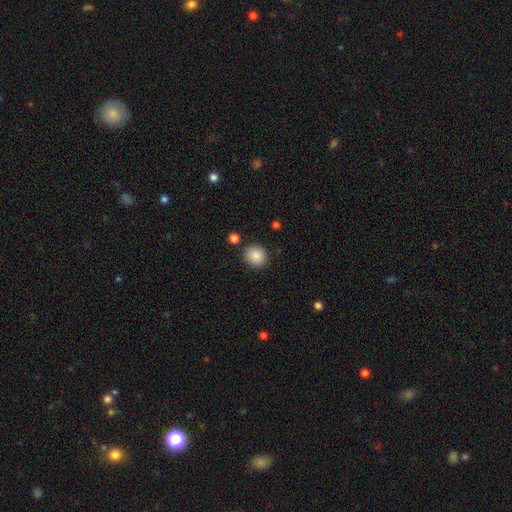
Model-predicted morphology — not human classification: Overall: smooth (88%). How rounded: round (86%). Merging: none (86%).